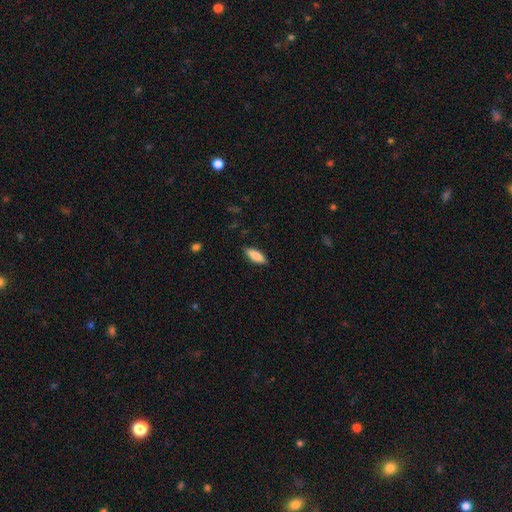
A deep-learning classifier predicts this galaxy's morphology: This appears to be a smooth galaxy with no disk features (83%) that is in between round and cigar-shaped (67%). Merging: none (88%).